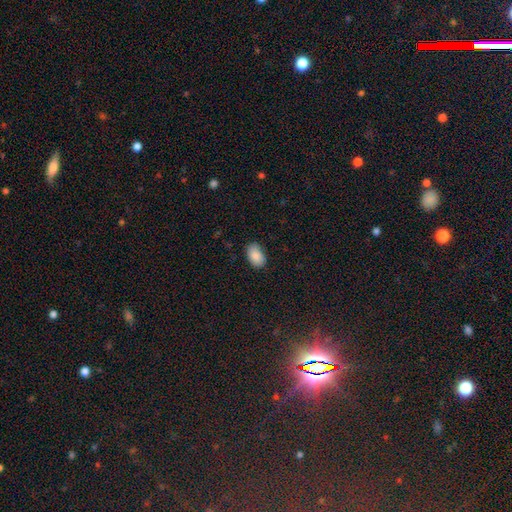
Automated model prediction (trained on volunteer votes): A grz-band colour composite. It shows a smooth galaxy with no disk features (89%) that is in between round and cigar-shaped (91%). Merging: none (82%).